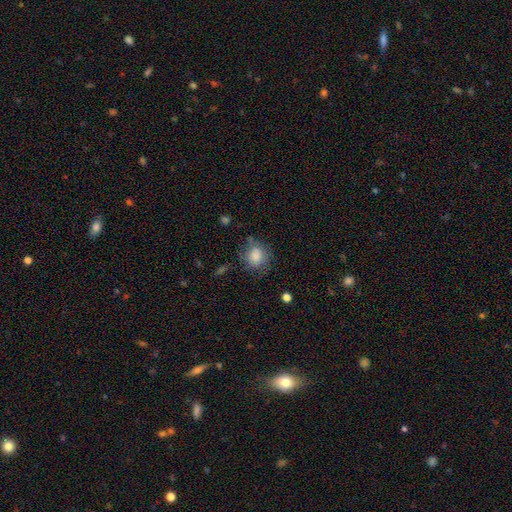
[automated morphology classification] type=smooth (81%); roundness=round (75%); merging=none (65%).